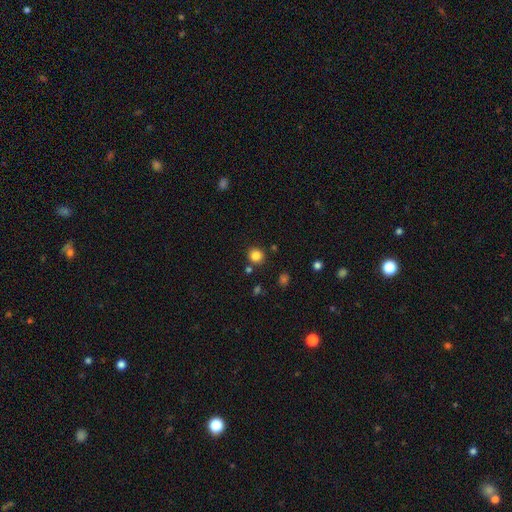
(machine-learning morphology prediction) smooth-or-featured: smooth: 84% | star or artifact: 12% | featured or disk: 4%
  how-rounded: round: 87% | in between: 12% | cigar-shaped: 1%
  merging: none: 84% | minor disturbance: 8% | merger: 5% | major disturbance: 3%